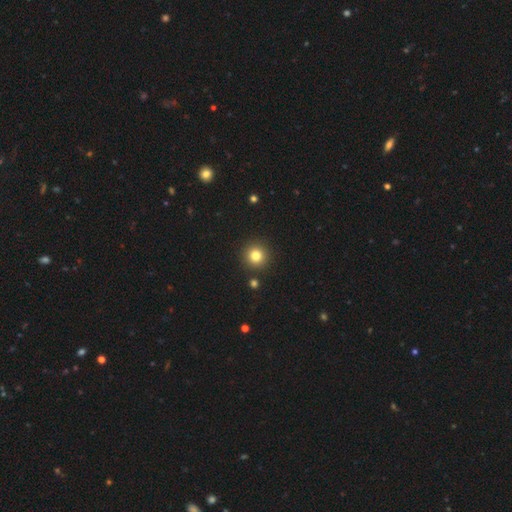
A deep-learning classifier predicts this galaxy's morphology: The model was most divided on "smooth or featured": smooth: 81%, star or artifact: 12%, featured or disk: 7%. More confident: how rounded — round (95%); merging — none (90%).